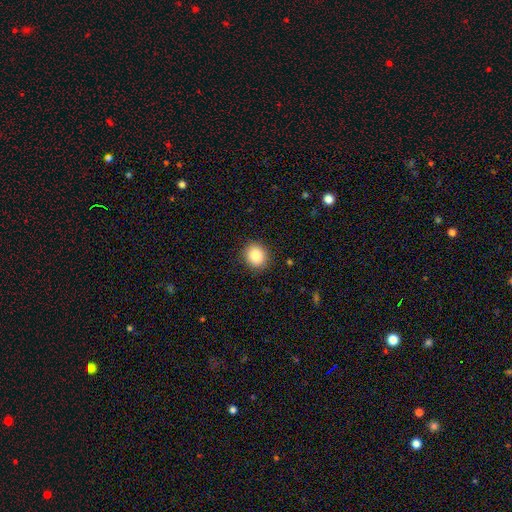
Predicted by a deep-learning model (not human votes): This appears to be a smooth galaxy with no disk features (87%) that is round (80%). Merging: none (90%).